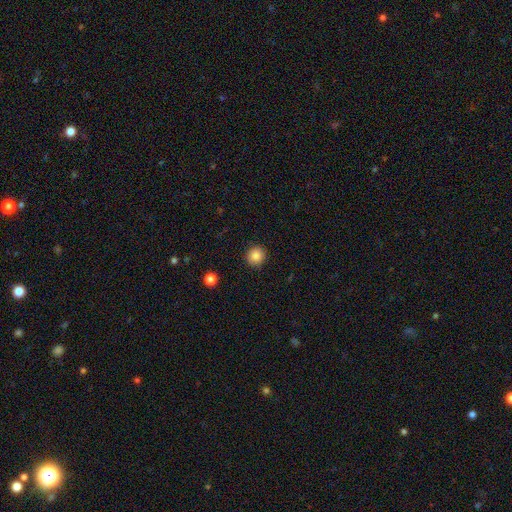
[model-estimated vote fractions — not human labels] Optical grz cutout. It shows a smooth galaxy with no disk features (86%) that is round (92%). Merging: none (91%).